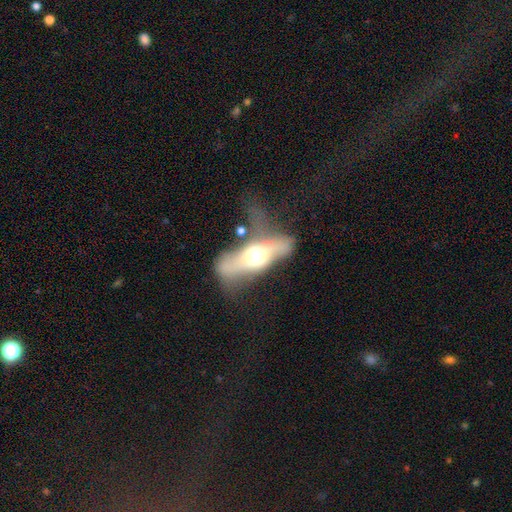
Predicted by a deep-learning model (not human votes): Q: Smooth or featured?
A: featured or disk (61%); runner-up: smooth (31%)
Q: Edge-on disk?
A: no (51%); runner-up: yes (49%)
Q: Merging?
A: none (34%); runner-up: major disturbance (33%)